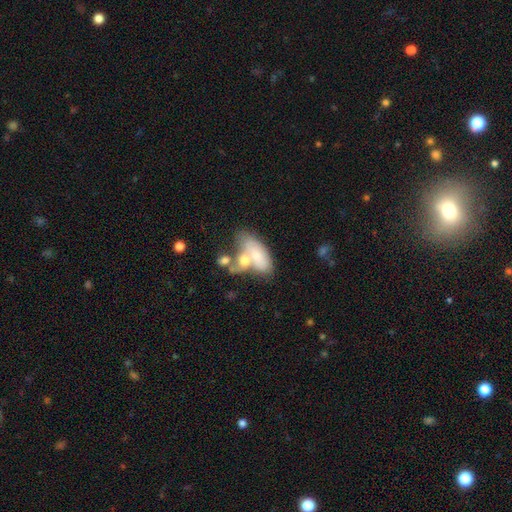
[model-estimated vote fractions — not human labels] smooth 62%, featured or disk 30%, star or artifact 7%. Down the decision tree: how rounded — in between (86%); merging — merger (57%).